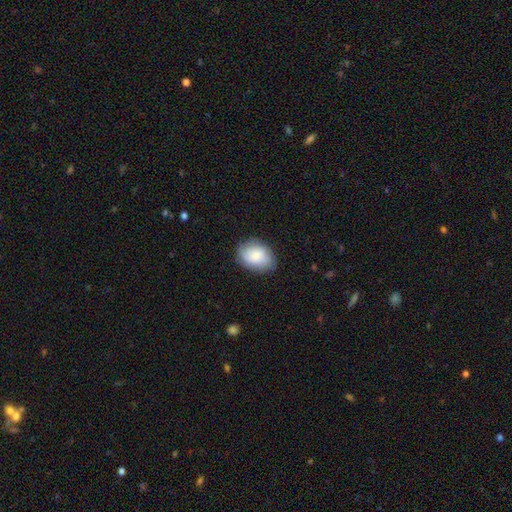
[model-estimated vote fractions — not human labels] Smooth or featured? Predicted: smooth (p=0.82). How rounded? Predicted: in between (p=0.79). Merging? Predicted: none (p=0.79).